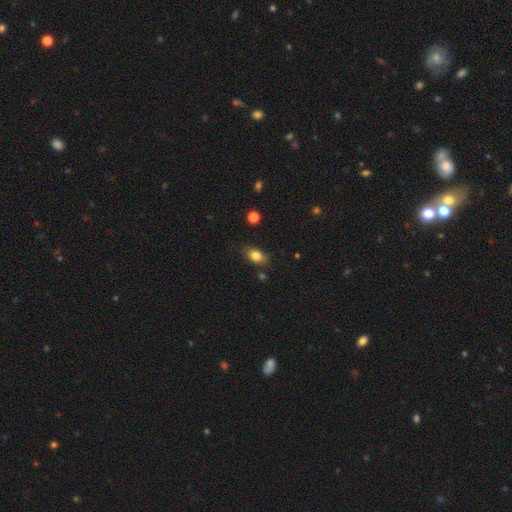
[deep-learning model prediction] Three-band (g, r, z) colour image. It shows a smooth galaxy with no disk features (81%) that is in between round and cigar-shaped (81%). Merging: none (78%).